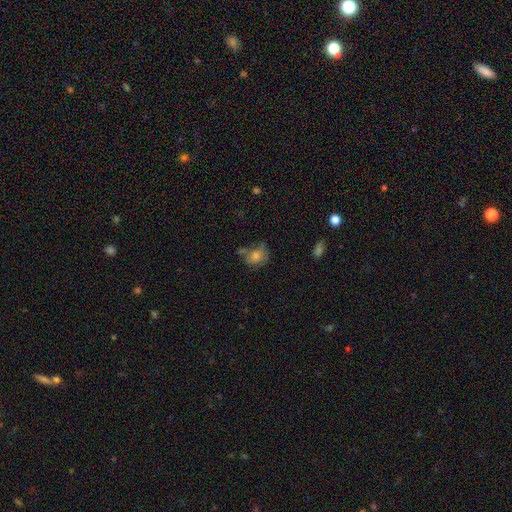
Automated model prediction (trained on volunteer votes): A smooth galaxy with no disk features (65%) that is round (56%). Merging: none (51%).